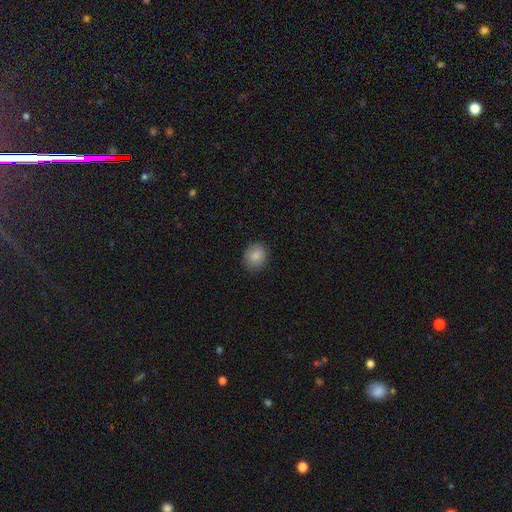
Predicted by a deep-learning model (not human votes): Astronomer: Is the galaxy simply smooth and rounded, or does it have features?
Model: smooth — 86%.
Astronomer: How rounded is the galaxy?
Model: round — 64%.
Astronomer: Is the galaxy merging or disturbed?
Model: none — 86%.